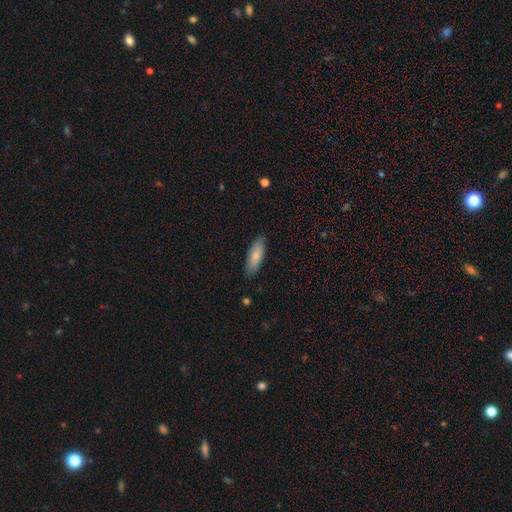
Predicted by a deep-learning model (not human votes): Overall: smooth (82%). How rounded: in between (53%; cigar-shaped 45%). Merging: none (85%).